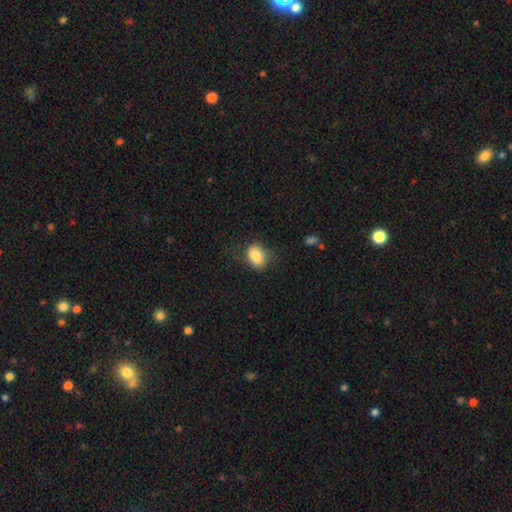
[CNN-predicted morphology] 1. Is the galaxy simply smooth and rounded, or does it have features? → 85% smooth, 8% star or artifact, 7% featured or disk.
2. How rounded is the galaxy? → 76% in between, 23% round, 1% cigar-shaped.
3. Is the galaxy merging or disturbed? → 70% none, 21% minor disturbance, 8% major disturbance, 2% merger.